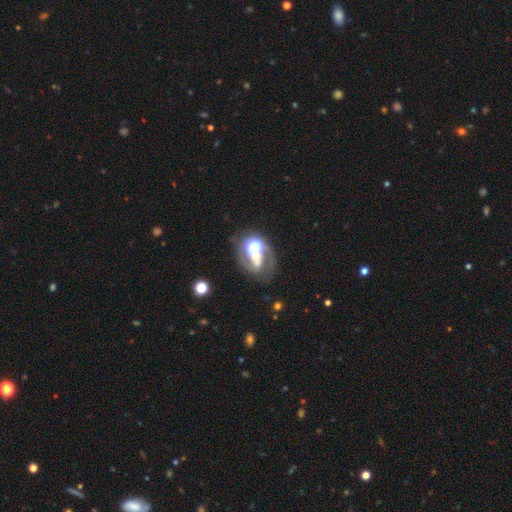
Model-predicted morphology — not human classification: Overall: featured or disk (56%; smooth 23%). Edge-on disk: no (96%). Bar: no (55%; weak 26%). Spiral arms: yes (59%; no 41%). Bulge size: moderate (46%; small 21%). Merging: none (42%; merger 24%).